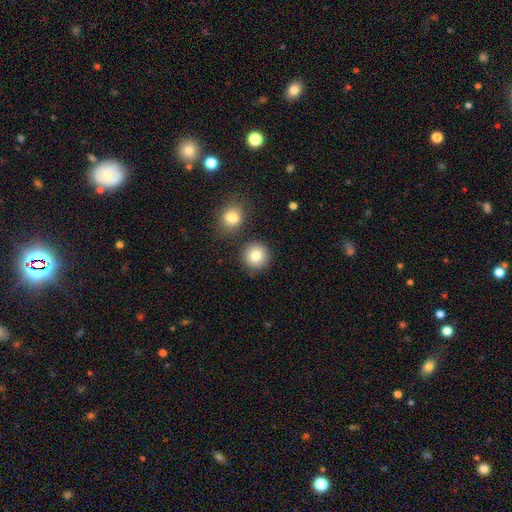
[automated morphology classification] smooth_or_featured: smooth (p=0.82) [alt: star or artifact p=0.10]
how_rounded: round (p=0.93) [alt: in between p=0.06]
merging: none (p=0.83) [alt: minor disturbance p=0.07]